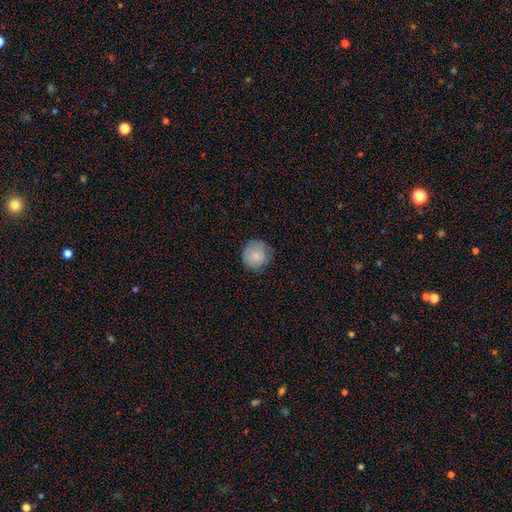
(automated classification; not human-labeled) Smooth or featured? smooth (79%)
How rounded? round (92%)
Merging? none (75%)